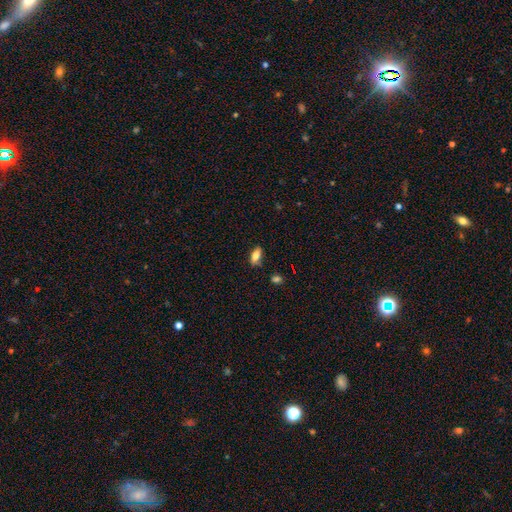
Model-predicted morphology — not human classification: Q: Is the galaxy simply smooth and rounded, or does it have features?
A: smooth — 78%.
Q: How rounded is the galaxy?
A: in between — 83%.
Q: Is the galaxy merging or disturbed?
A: none — 77%.